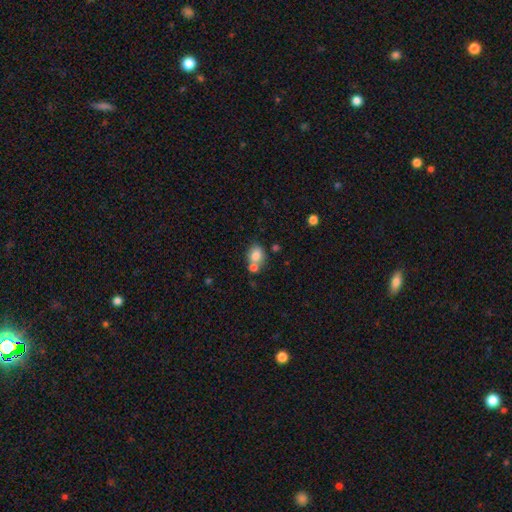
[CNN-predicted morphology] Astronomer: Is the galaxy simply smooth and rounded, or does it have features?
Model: smooth — 80%.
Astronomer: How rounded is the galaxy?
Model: in between — 52% (runner-up: round, 46%).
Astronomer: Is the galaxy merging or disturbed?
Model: merger — 42% (runner-up: none, 41%).